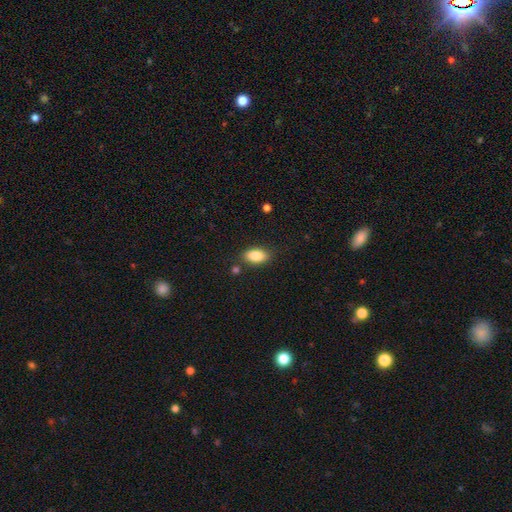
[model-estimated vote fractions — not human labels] Smooth or featured? Predicted: smooth (p=0.85). How rounded? Predicted: in between (p=0.90). Merging? Predicted: none (p=0.82).